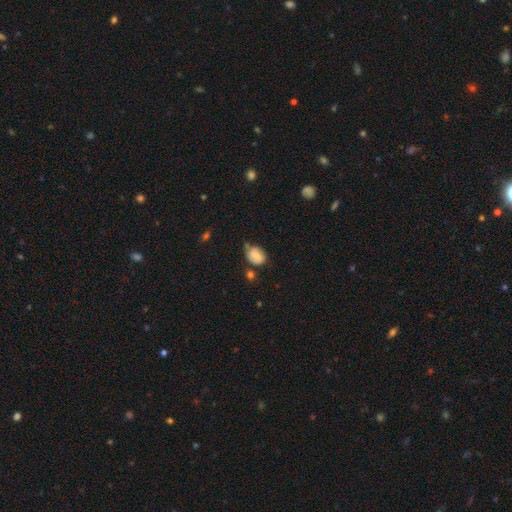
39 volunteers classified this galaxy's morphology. A smooth galaxy with no disk features (69%) that is in between round and cigar-shaped (67%).

Vote fractions:
- Smooth or featured? smooth: 69% / featured or disk: 26% / star or artifact: 5%
- How rounded? in between: 67% / round: 33% / cigar-shaped: 0%
- Merging? none: 62% / minor disturbance: 24% / merger: 8% / major disturbance: 5%